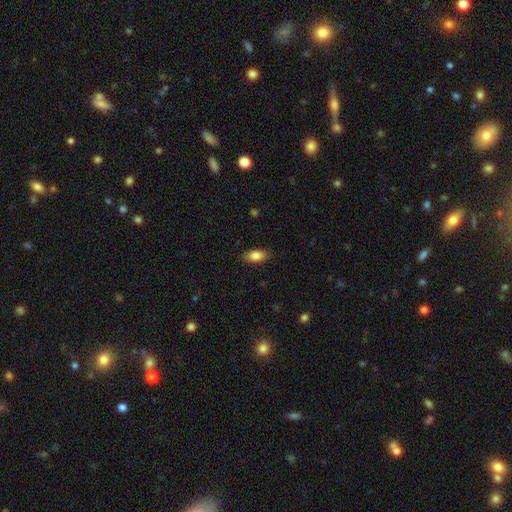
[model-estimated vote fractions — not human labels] smooth_or_featured: smooth (p=0.84) [alt: featured or disk p=0.09]
how_rounded: in between (p=0.88) [alt: cigar-shaped p=0.08]
merging: none (p=0.87) [alt: minor disturbance p=0.10]